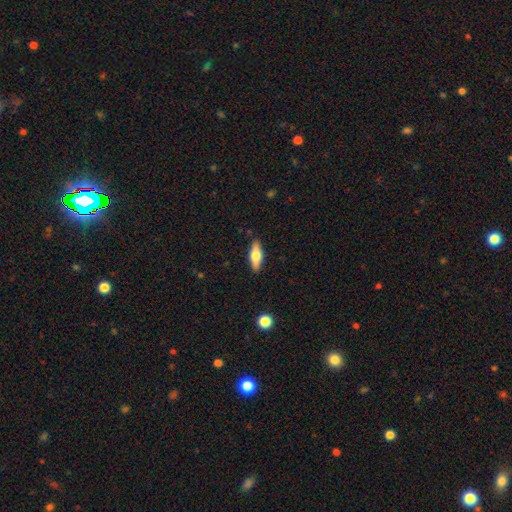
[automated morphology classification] Smooth or featured: smooth — 56% (featured or disk — 37%)
How rounded: in between — 61% (cigar-shaped — 36%)
Merging: none — 87% (minor disturbance — 9%)